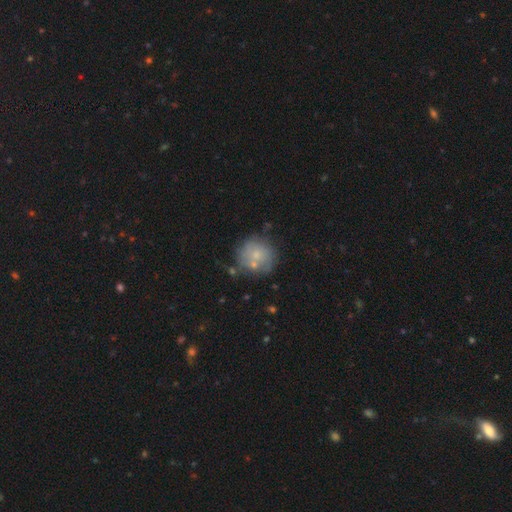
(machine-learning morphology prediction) Smooth or featured: smooth — 62% (featured or disk — 29%)
How rounded: round — 89% (in between — 10%)
Merging: none — 58% (minor disturbance — 20%)